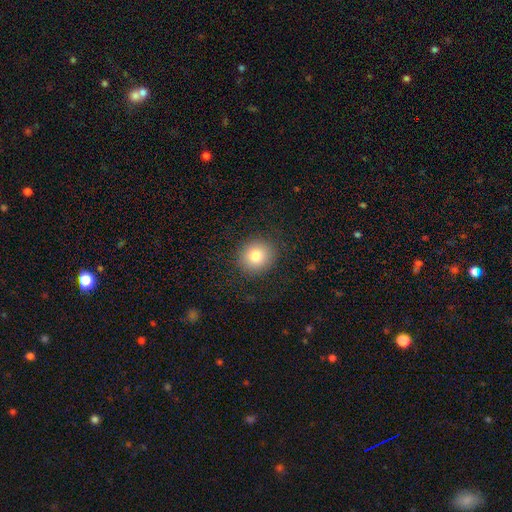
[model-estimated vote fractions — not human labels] Smooth or featured: smooth — 80% (star or artifact — 11%)
How rounded: round — 87% (in between — 12%)
Merging: none — 89% (minor disturbance — 7%)